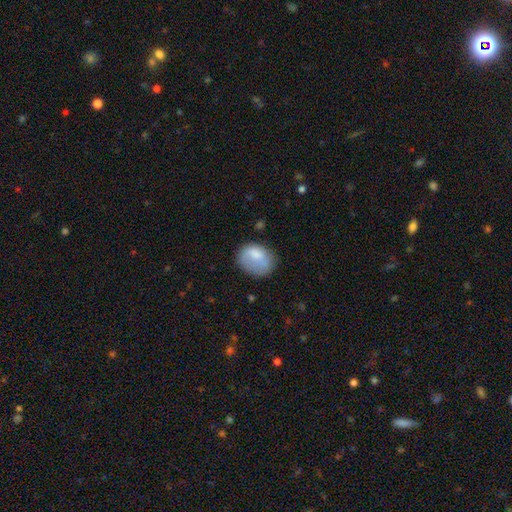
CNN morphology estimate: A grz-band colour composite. It shows a smooth galaxy with no disk features (76%) that is in between round and cigar-shaped (58%). Merging: none (53%).